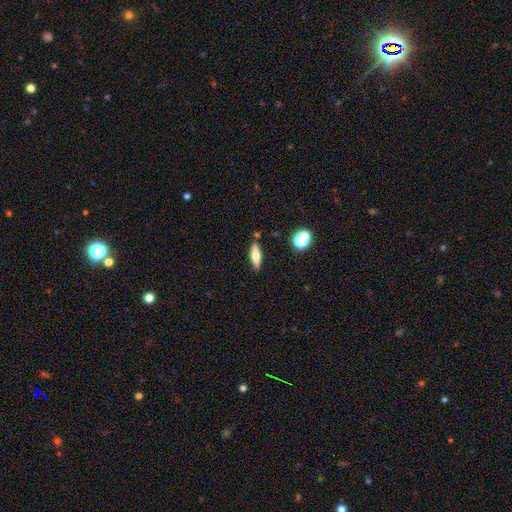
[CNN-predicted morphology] Smooth or featured?
  - smooth: 58% *
  - featured or disk: 33%
  - star or artifact: 8%
How rounded?
  - cigar-shaped: 60% *
  - in between: 37%
  - round: 3%
Merging?
  - none: 84% *
  - minor disturbance: 10%
  - merger: 4%
  - major disturbance: 2%